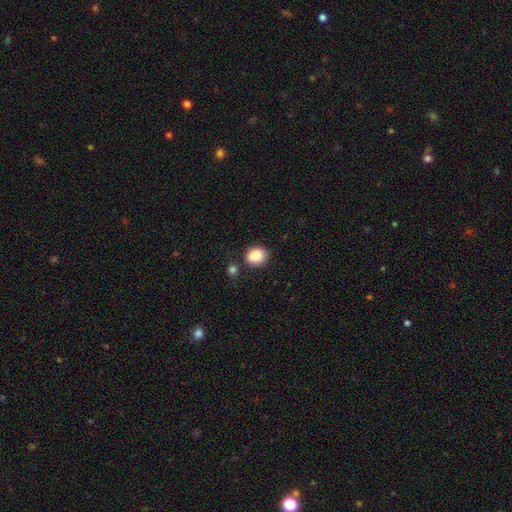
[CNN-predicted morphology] smooth-or-featured: smooth: 87% | star or artifact: 9% | featured or disk: 4%
  how-rounded: round: 68% | in between: 31% | cigar-shaped: 1%
  merging: none: 79% | minor disturbance: 11% | merger: 6% | major disturbance: 3%